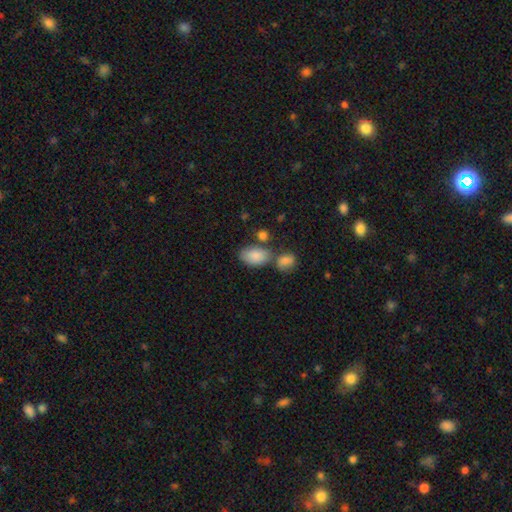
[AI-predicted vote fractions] Smooth or featured: smooth — 85% (featured or disk — 7%)
How rounded: in between — 91% (round — 7%)
Merging: none — 51% (merger — 26%)